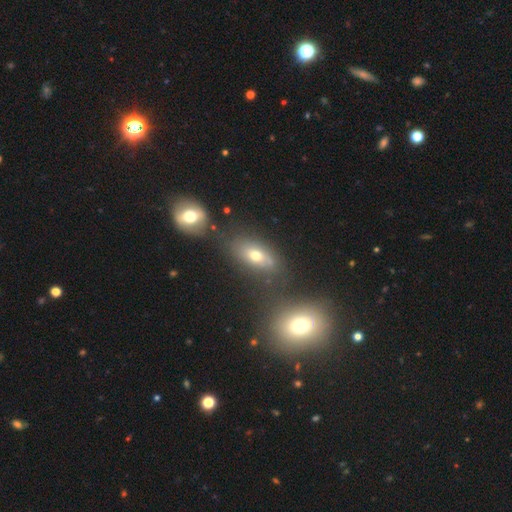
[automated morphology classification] Smooth or featured? smooth (62%)
How rounded? in between (78%)
Merging? none (65%)